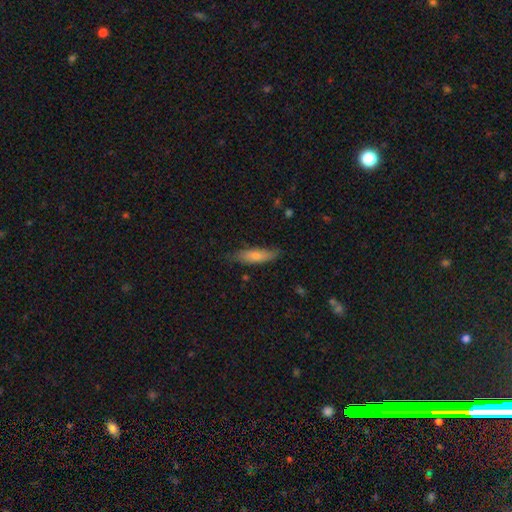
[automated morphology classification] smooth_or_featured: smooth (p=0.75) [alt: featured or disk p=0.19]
how_rounded: cigar-shaped (p=0.53) [alt: in between p=0.45]
merging: none (p=0.74) [alt: minor disturbance p=0.21]